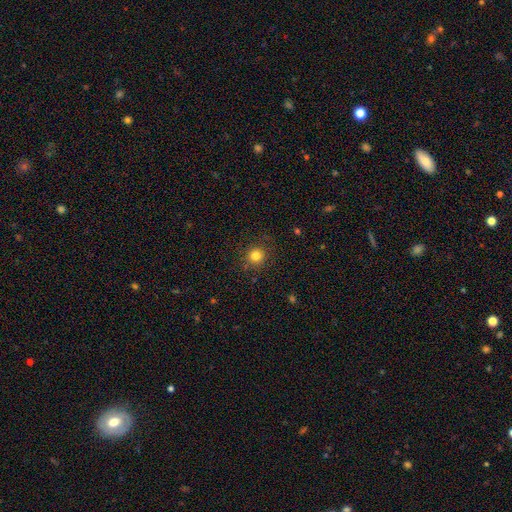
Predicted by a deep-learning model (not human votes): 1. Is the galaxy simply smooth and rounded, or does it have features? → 82% smooth, 13% star or artifact, 5% featured or disk.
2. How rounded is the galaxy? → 92% round, 7% in between, 1% cigar-shaped.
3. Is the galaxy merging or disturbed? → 88% none, 8% minor disturbance, 3% major disturbance, 1% merger.